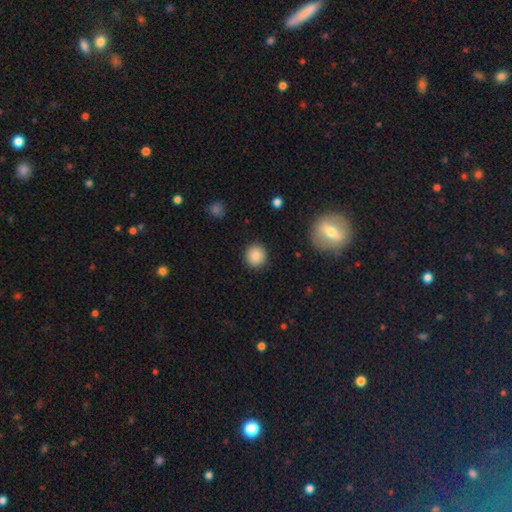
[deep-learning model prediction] Smooth or featured: smooth — 87% (star or artifact — 9%)
How rounded: round — 92% (in between — 7%)
Merging: none — 91% (minor disturbance — 6%)